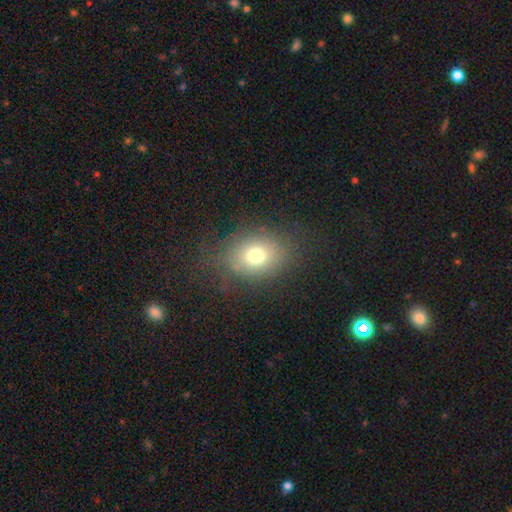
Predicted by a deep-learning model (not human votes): smooth 71%, star or artifact 15%, featured or disk 14%. Down the decision tree: how rounded — in between (51%); merging — none (71%).